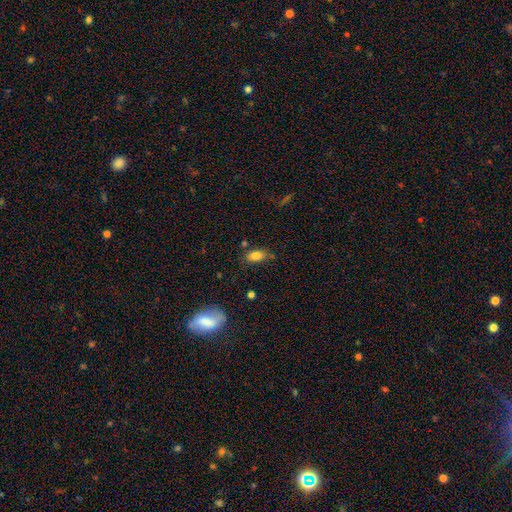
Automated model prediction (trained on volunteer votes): smooth 82%, star or artifact 9%, featured or disk 8%. Down the decision tree: how rounded — in between (88%); merging — none (72%).